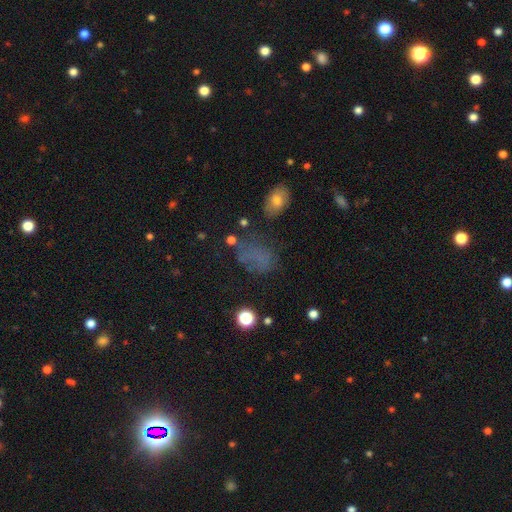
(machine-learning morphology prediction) This is possibly a smooth galaxy (54%). How rounded: likely in between (72%). Merging: possibly none (47%).